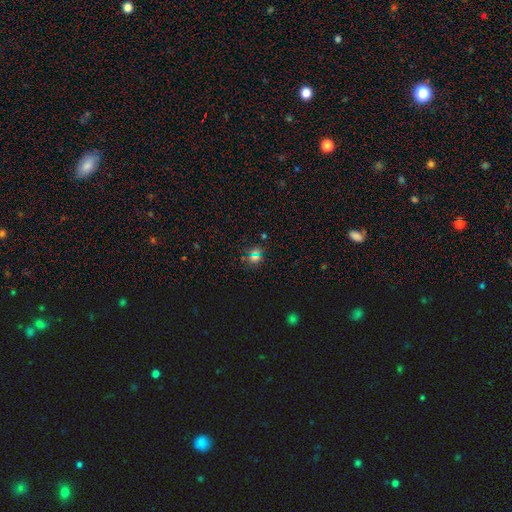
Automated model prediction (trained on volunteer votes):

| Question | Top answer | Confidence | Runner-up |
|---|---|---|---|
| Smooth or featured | star or artifact | 47% | smooth (44%) |